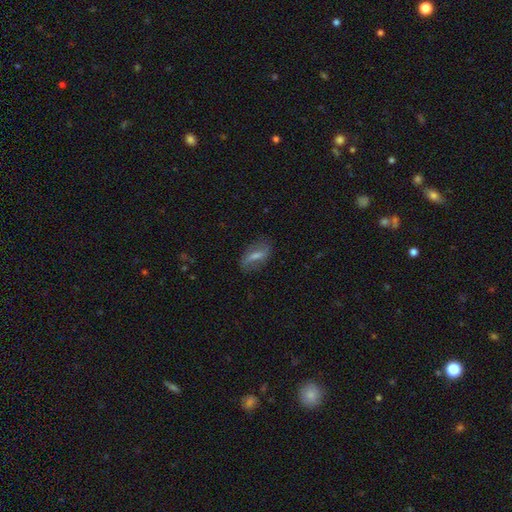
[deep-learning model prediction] Smooth or featured? featured or disk (50%)
Merging? none (76%)